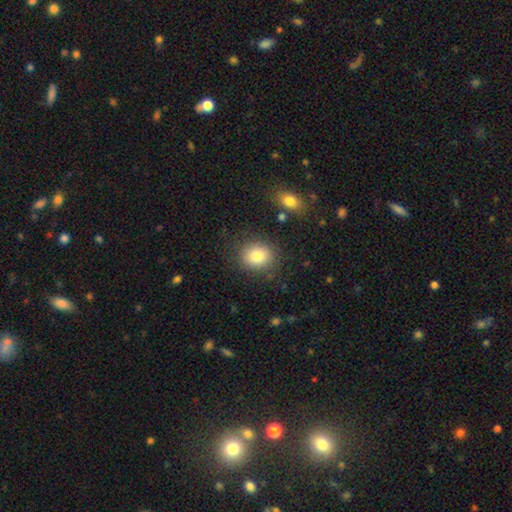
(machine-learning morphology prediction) A smooth galaxy with no disk features (82%) that is round (68%).

Vote fractions:
- Smooth or featured? smooth: 82% / star or artifact: 10% / featured or disk: 8%
- How rounded? round: 68% / in between: 31% / cigar-shaped: 1%
- Merging? none: 83% / minor disturbance: 11% / major disturbance: 4% / merger: 3%